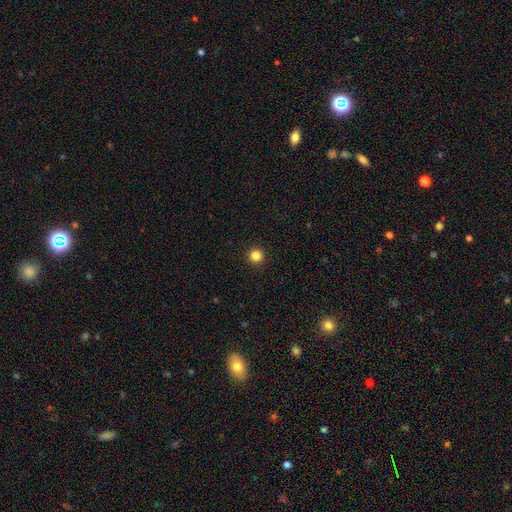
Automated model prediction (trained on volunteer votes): Smooth or featured? smooth (84%)
How rounded? round (96%)
Merging? none (94%)